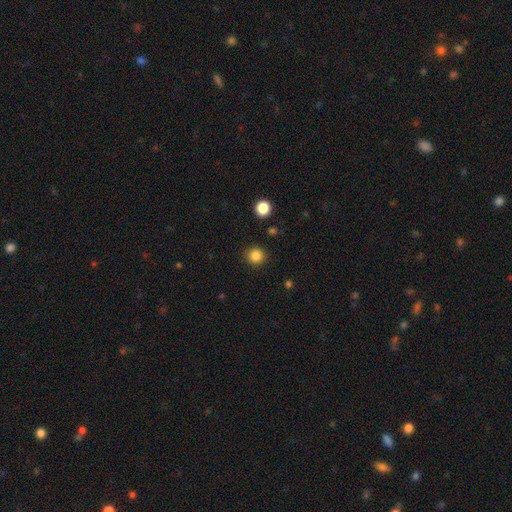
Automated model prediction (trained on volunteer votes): Q: Smooth or featured?
A: smooth (84%); runner-up: star or artifact (12%)
Q: How rounded?
A: round (93%); runner-up: in between (6%)
Q: Merging?
A: none (90%); runner-up: minor disturbance (6%)